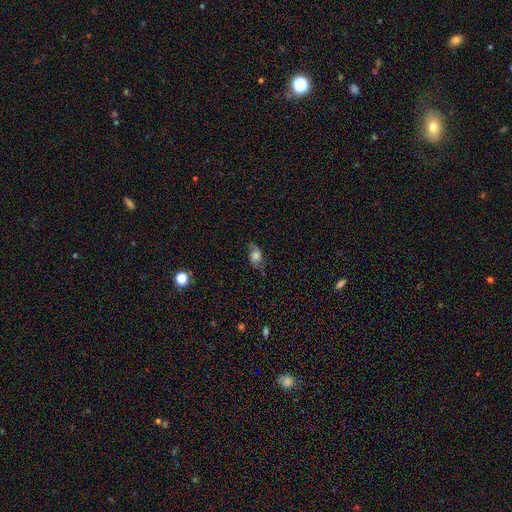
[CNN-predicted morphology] type=smooth (49%); merging=none (69%).